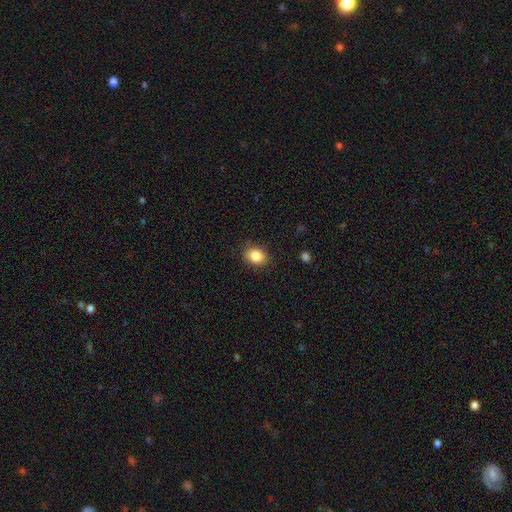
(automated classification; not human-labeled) smooth-or-featured: smooth: 85% | star or artifact: 9% | featured or disk: 6%
  how-rounded: in between: 61% | round: 38% | cigar-shaped: 1%
  merging: none: 85% | minor disturbance: 11% | major disturbance: 3% | merger: 1%